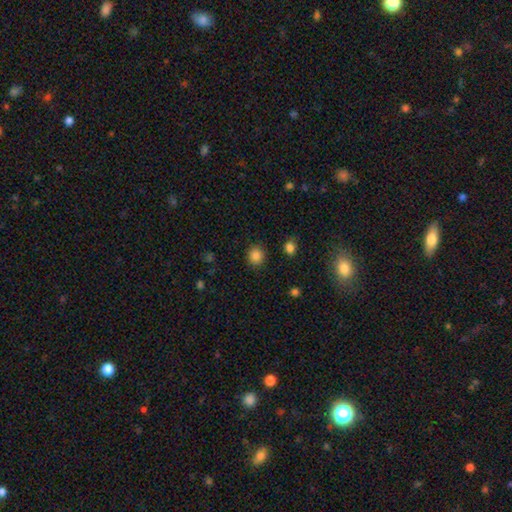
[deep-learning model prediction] This is clearly a smooth galaxy (85%). How rounded: clearly round (84%). Merging: clearly none (90%).